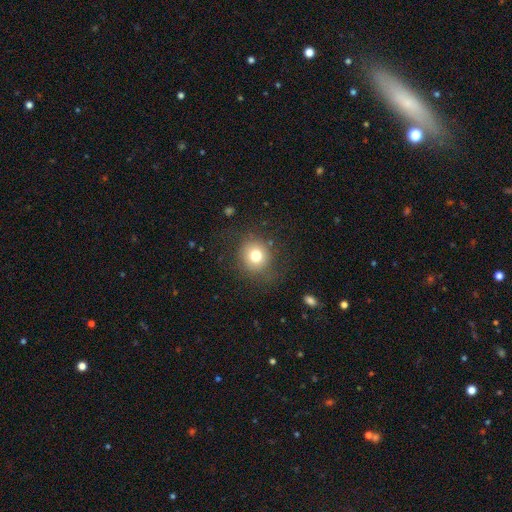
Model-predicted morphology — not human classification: smooth-or-featured: smooth: 75% | star or artifact: 13% | featured or disk: 12%
  how-rounded: round: 89% | in between: 10% | cigar-shaped: 1%
  merging: none: 79% | minor disturbance: 12% | major disturbance: 7% | merger: 1%